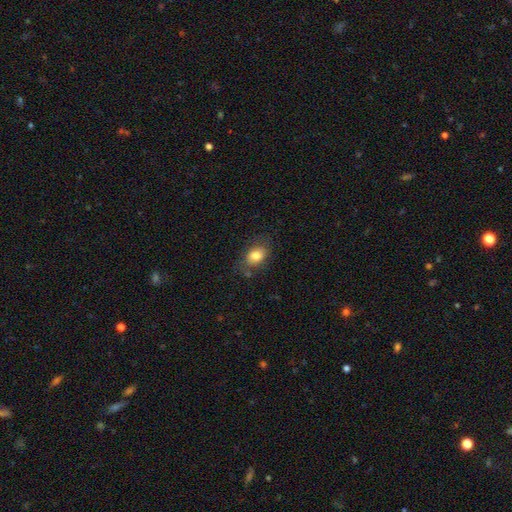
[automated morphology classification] Smooth or featured: smooth — 81% (featured or disk — 11%)
How rounded: in between — 76% (round — 23%)
Merging: none — 72% (minor disturbance — 19%)